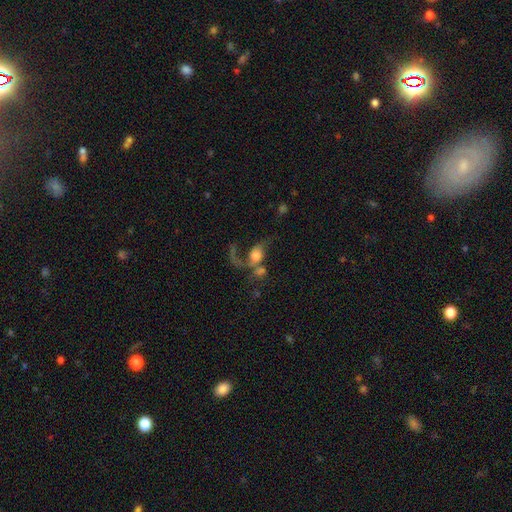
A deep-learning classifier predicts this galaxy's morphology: A featured or disk galaxy (57%) with no bar (72%), spiral arms (76%) and a moderate central bulge (47%). Merging: merger (40%).